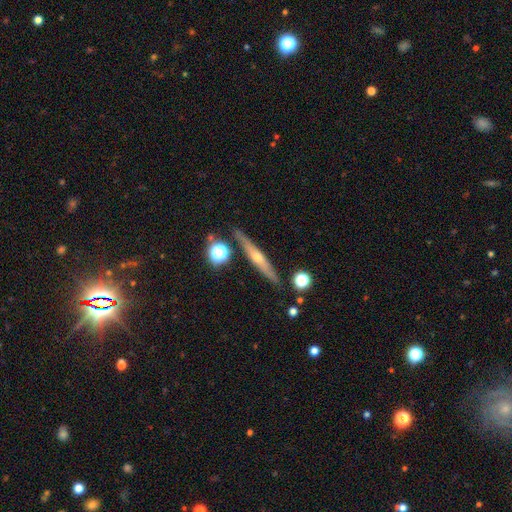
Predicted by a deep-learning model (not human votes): Smooth or featured?
  - featured or disk: 63% *
  - smooth: 29%
  - star or artifact: 8%
Edge-on disk?
  - yes: 95% *
  - no: 5%
Edge-on bulge?
  - rounded: 80% *
  - none: 15%
  - boxy: 5%
Merging?
  - none: 87% *
  - minor disturbance: 8%
  - merger: 3%
  - major disturbance: 2%